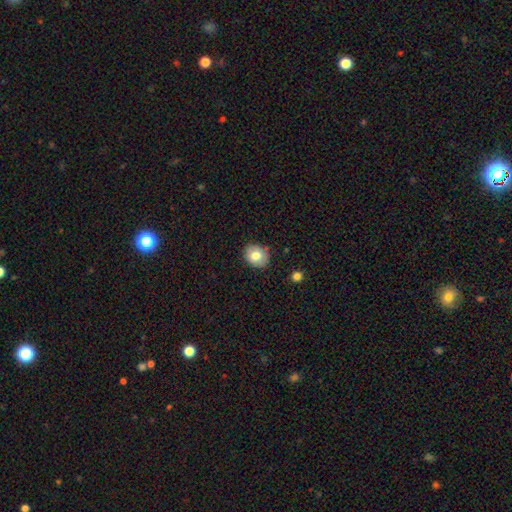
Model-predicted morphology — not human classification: The model was most divided on "how rounded": round: 62%, in between: 37%, cigar-shaped: 1%. More confident: merging — none (84%); smooth or featured — smooth (77%).